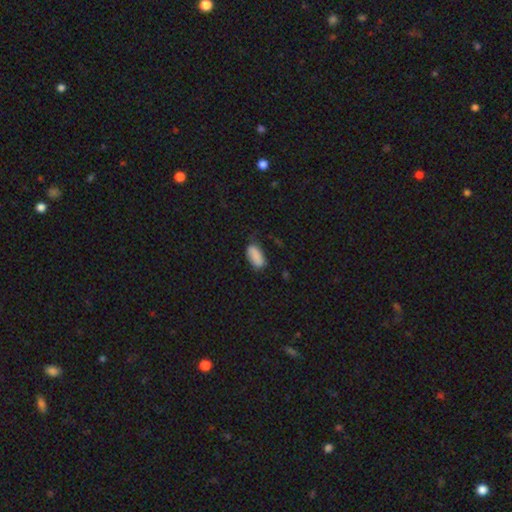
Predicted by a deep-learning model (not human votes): A smooth galaxy with no disk features (88%) that is in between round and cigar-shaped (92%). Merging: none (69%).